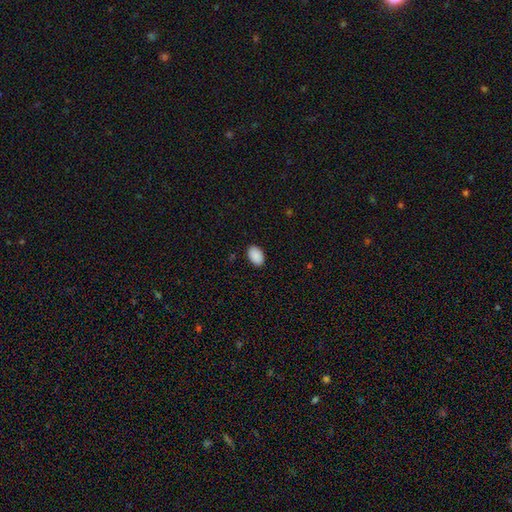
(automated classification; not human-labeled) Q: Smooth or featured?
A: smooth (91%); runner-up: star or artifact (7%)
Q: How rounded?
A: in between (90%); runner-up: round (9%)
Q: Merging?
A: none (89%); runner-up: minor disturbance (8%)